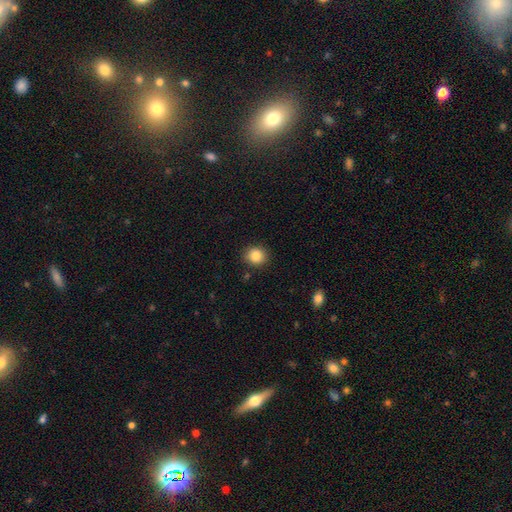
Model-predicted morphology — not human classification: Q: Smooth or featured?
A: smooth (85%); runner-up: star or artifact (10%)
Q: How rounded?
A: round (86%); runner-up: in between (13%)
Q: Merging?
A: none (89%); runner-up: minor disturbance (7%)